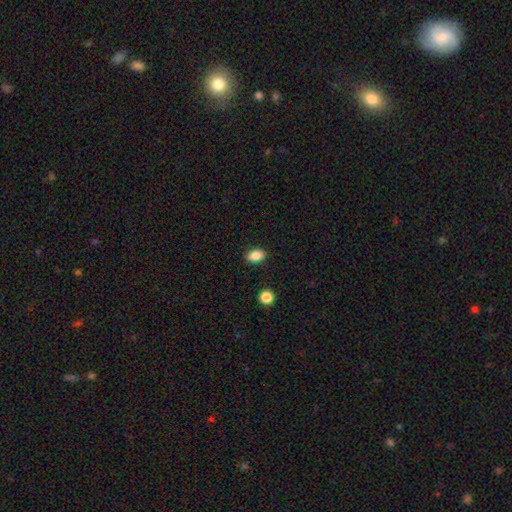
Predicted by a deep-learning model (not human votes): A smooth galaxy with no disk features (87%) that is in between round and cigar-shaped (82%). Merging: none (89%).